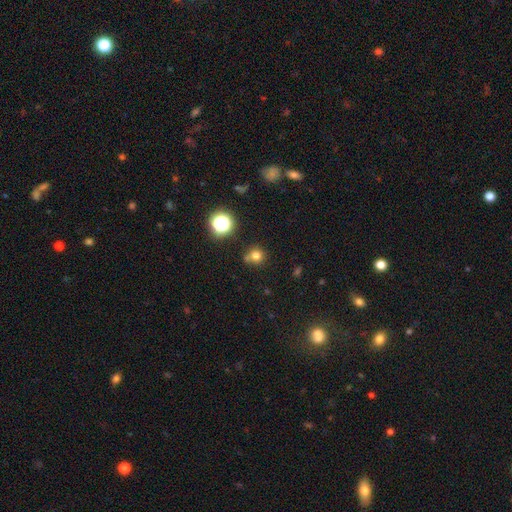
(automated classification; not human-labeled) smooth-or-featured: smooth: 74% | star or artifact: 18% | featured or disk: 8%
  how-rounded: round: 88% | in between: 11% | cigar-shaped: 1%
  merging: none: 63% | merger: 17% | minor disturbance: 15% | major disturbance: 5%